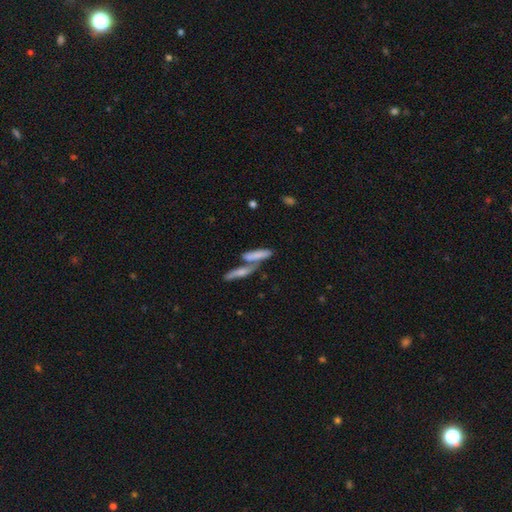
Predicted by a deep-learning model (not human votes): Overall: smooth (65%; featured or disk 26%). How rounded: cigar-shaped (70%). Merging: merger (53%; none 35%).